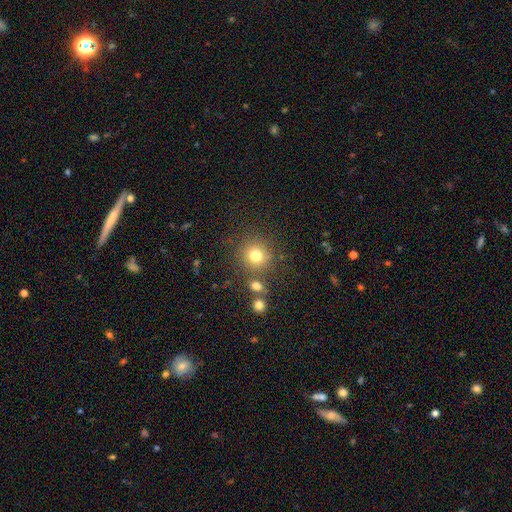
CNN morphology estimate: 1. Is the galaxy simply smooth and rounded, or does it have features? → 77% smooth, 14% star or artifact, 8% featured or disk.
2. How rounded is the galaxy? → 91% round, 8% in between, 1% cigar-shaped.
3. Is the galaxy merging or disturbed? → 79% none, 9% minor disturbance, 9% merger, 4% major disturbance.